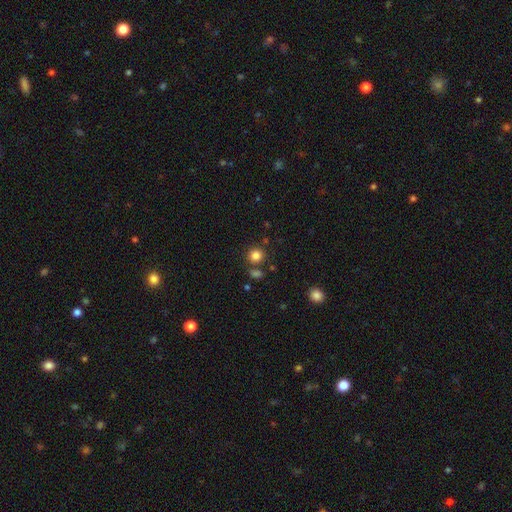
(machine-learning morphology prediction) The model was most divided on "merging": none: 77%, merger: 11%, minor disturbance: 9%, major disturbance: 3%. More confident: how rounded — round (88%); smooth or featured — smooth (82%).